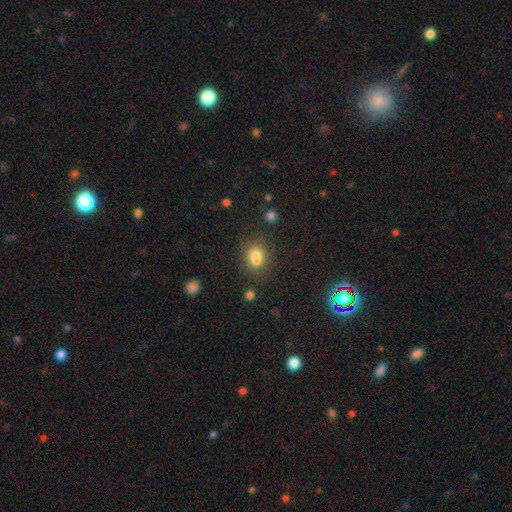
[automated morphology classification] Smooth or featured? Predicted: smooth (p=0.73). How rounded? Predicted: round (p=0.60). Merging? Predicted: merger (p=0.45).